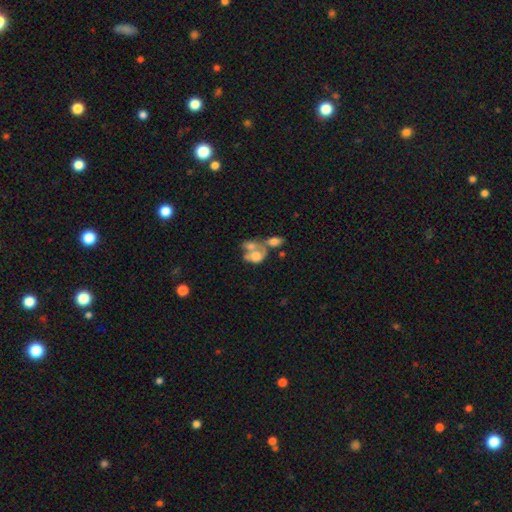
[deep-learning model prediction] Smooth or featured? smooth (55%)
How rounded? in between (68%)
Merging? merger (62%)